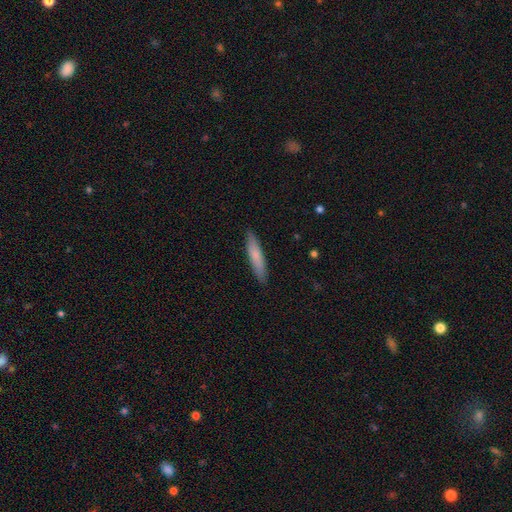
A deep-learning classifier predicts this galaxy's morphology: The model was most divided on "smooth or featured": smooth: 74%, featured or disk: 20%, star or artifact: 6%. More confident: merging — none (89%); how rounded — cigar-shaped (85%).